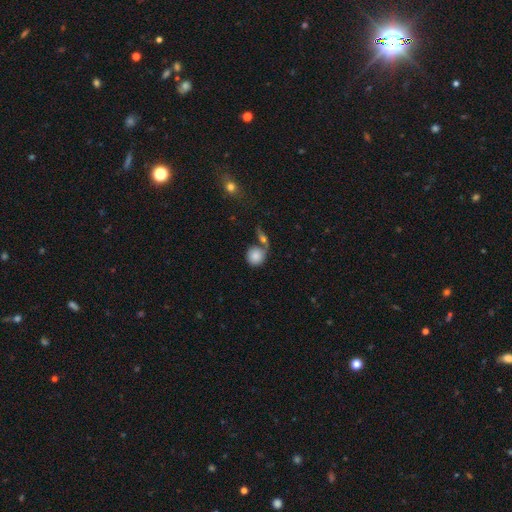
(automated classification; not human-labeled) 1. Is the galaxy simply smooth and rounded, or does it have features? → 81% smooth, 12% featured or disk, 8% star or artifact.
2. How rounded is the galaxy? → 84% round, 14% in between, 1% cigar-shaped.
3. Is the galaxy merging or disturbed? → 42% none, 37% merger, 12% minor disturbance, 8% major disturbance.